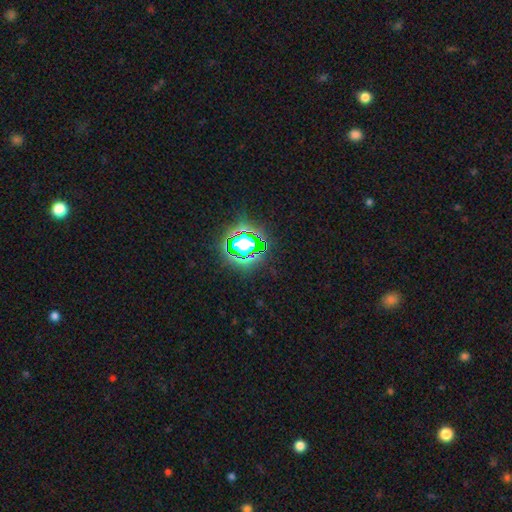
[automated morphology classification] Overall: star or artifact (76%).